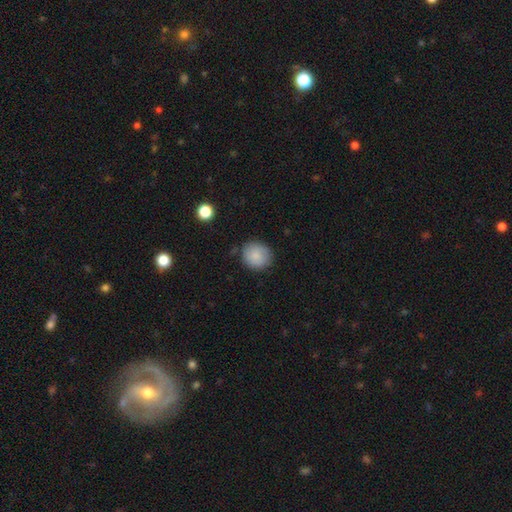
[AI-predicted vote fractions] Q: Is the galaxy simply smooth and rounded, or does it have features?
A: smooth — 87%.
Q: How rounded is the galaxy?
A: round — 87%.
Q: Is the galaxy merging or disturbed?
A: none — 81%.